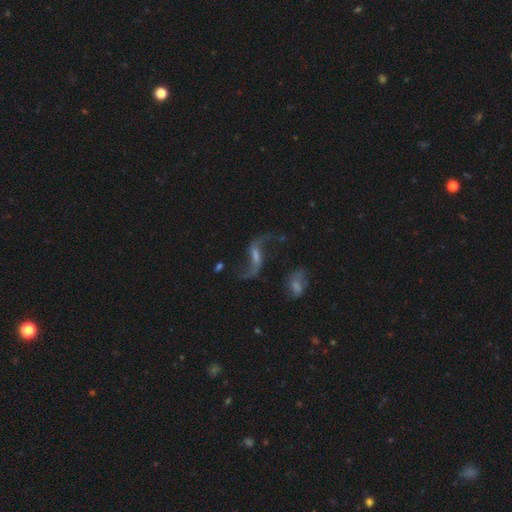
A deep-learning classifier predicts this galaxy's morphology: smooth_or_featured: featured or disk (p=0.84) [alt: star or artifact p=0.09]
disk_edge_on: no (p=0.94) [alt: yes p=0.06]
bar: weak (p=0.49) [alt: strong p=0.27]
has_spiral_arms: yes (p=0.95) [alt: no p=0.05]
spiral_winding: loose (p=0.90) [alt: medium p=0.08]
spiral_arm_count: 2 (p=0.93) [alt: 1 p=0.03]
bulge_size: small (p=0.41) [alt: none p=0.26]
merging: none (p=0.68) [alt: minor disturbance p=0.14]